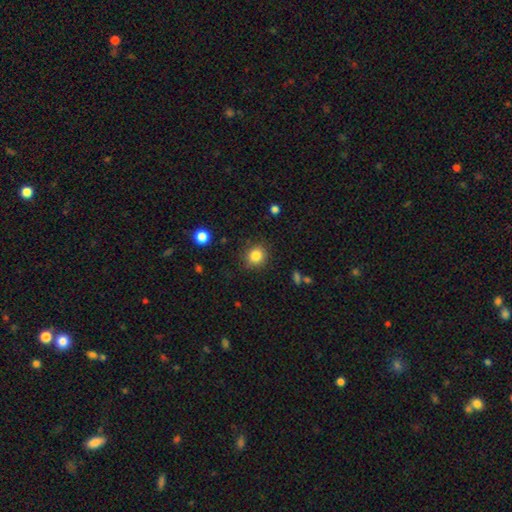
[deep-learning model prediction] A smooth galaxy with no disk features (84%) that is round (86%).

Vote fractions:
- Smooth or featured? smooth: 84% / star or artifact: 10% / featured or disk: 5%
- How rounded? round: 86% / in between: 13% / cigar-shaped: 1%
- Merging? none: 86% / minor disturbance: 9% / major disturbance: 3% / merger: 2%